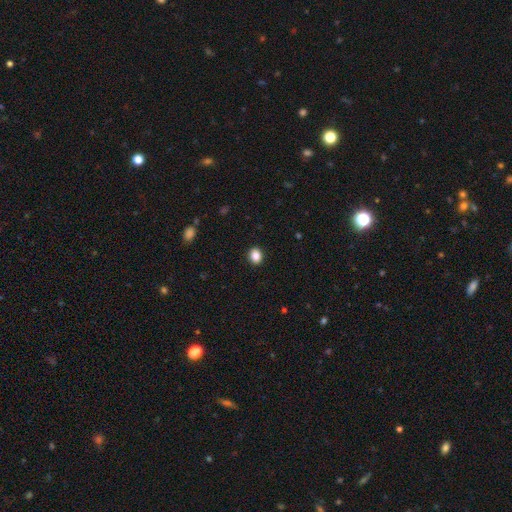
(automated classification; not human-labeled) smooth-or-featured: smooth: 87% | star or artifact: 10% | featured or disk: 4%
  how-rounded: in between: 52% | round: 47% | cigar-shaped: 1%
  merging: none: 91% | minor disturbance: 6% | major disturbance: 2% | merger: 1%